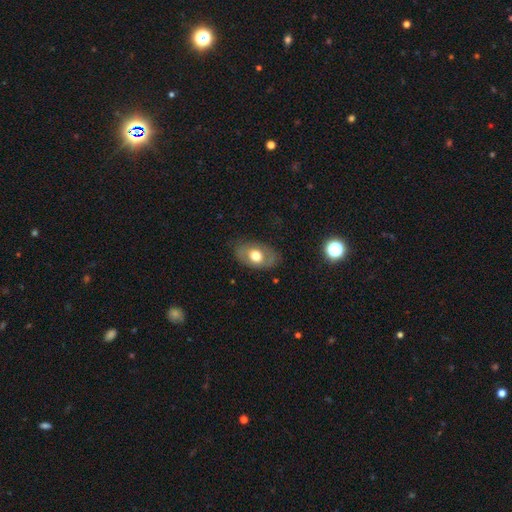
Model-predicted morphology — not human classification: A smooth galaxy with no disk features (58%) that is in between round and cigar-shaped (85%). Merging: none (77%).